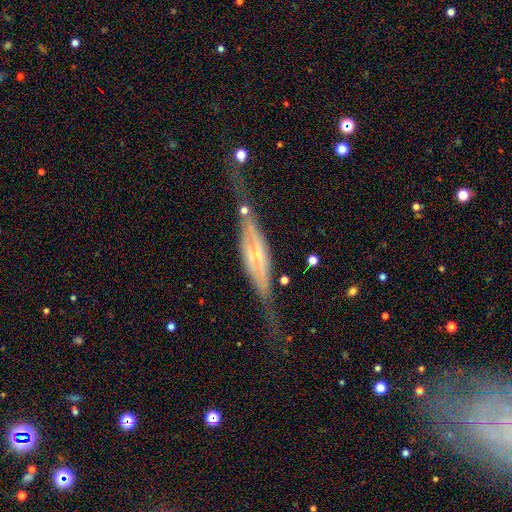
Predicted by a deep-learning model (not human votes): Q: Smooth or featured?
A: featured or disk (82%); runner-up: smooth (11%)
Q: Edge-on disk?
A: yes (90%); runner-up: no (10%)
Q: Edge-on bulge?
A: rounded (55%); runner-up: boxy (33%)
Q: Merging?
A: none (64%); runner-up: minor disturbance (20%)